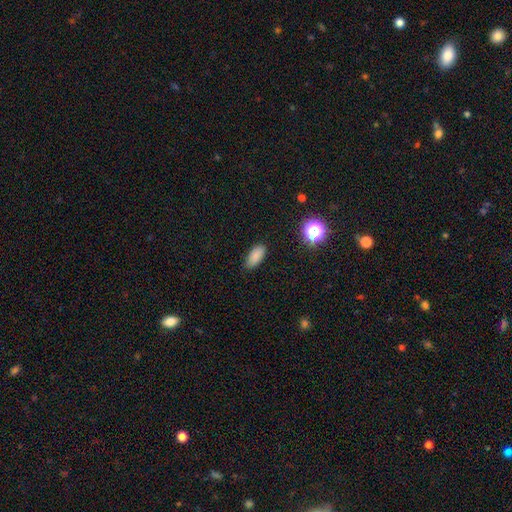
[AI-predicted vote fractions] smooth 83%, star or artifact 11%, featured or disk 5%. Down the decision tree: how rounded — in between (87%); merging — none (84%).